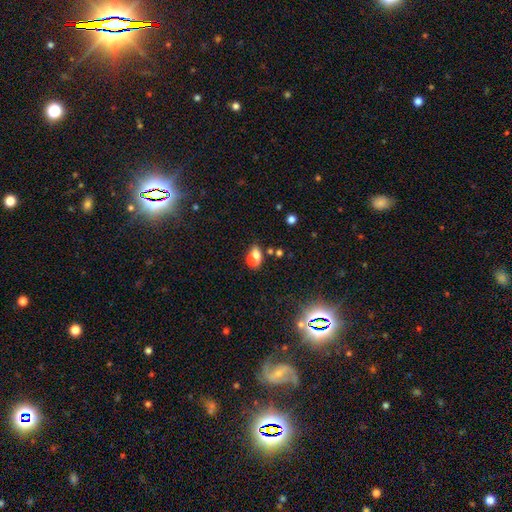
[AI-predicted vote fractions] Q: Smooth or featured?
A: smooth (68%); runner-up: featured or disk (20%)
Q: How rounded?
A: in between (64%); runner-up: round (34%)
Q: Merging?
A: merger (60%); runner-up: none (25%)